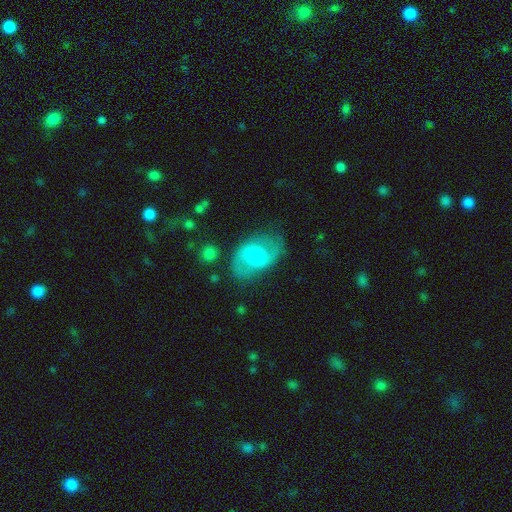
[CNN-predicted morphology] Overall: featured or disk (66%; smooth 28%). Edge-on disk: no (96%). Bar: weak (47%; no 41%). Spiral arms: yes (86%). Spiral arm count: 2 (88%). Spiral winding: medium (47%; loose 38%). Bulge size: moderate (55%; small 34%). Merging: none (70%).